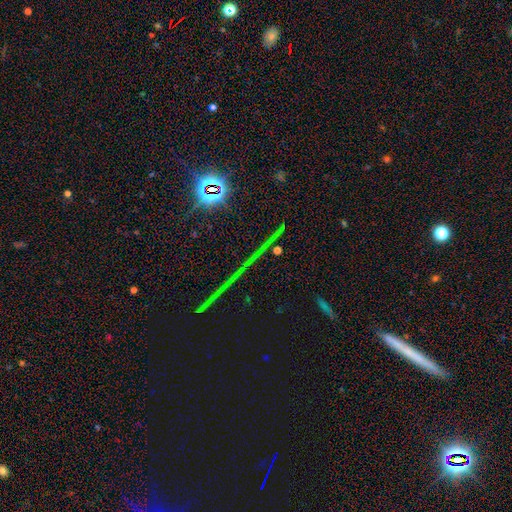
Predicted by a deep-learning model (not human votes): Smooth or featured: star or artifact — 83% (featured or disk — 10%)